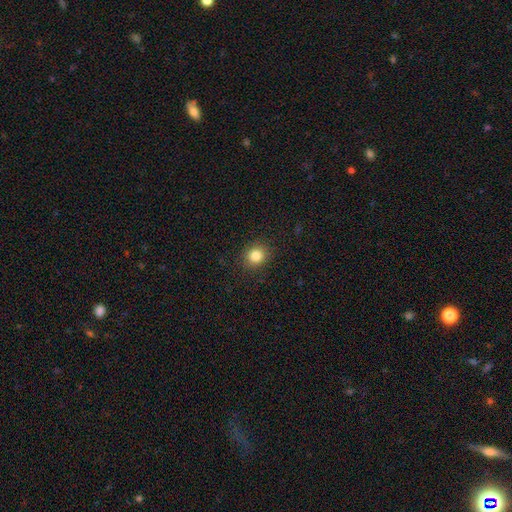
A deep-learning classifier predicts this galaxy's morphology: smooth-or-featured: smooth: 84% | star or artifact: 11% | featured or disk: 5%
  how-rounded: round: 79% | in between: 20% | cigar-shaped: 1%
  merging: none: 90% | minor disturbance: 7% | major disturbance: 2% | merger: 1%